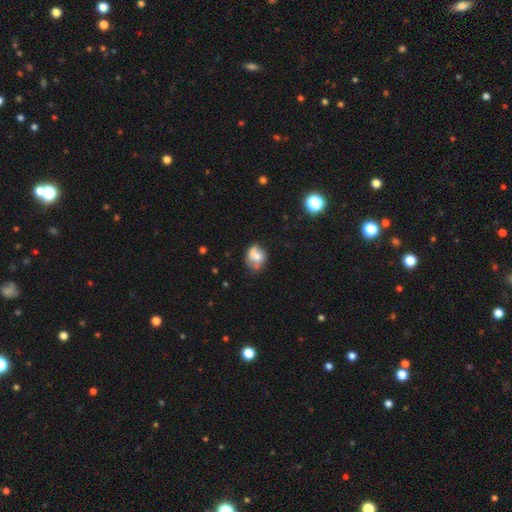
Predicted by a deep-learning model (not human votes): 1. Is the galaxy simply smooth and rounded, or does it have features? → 59% smooth, 31% featured or disk, 10% star or artifact.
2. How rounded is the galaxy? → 52% round, 47% in between, 1% cigar-shaped.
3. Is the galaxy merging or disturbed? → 44% none, 31% minor disturbance, 14% merger, 12% major disturbance.